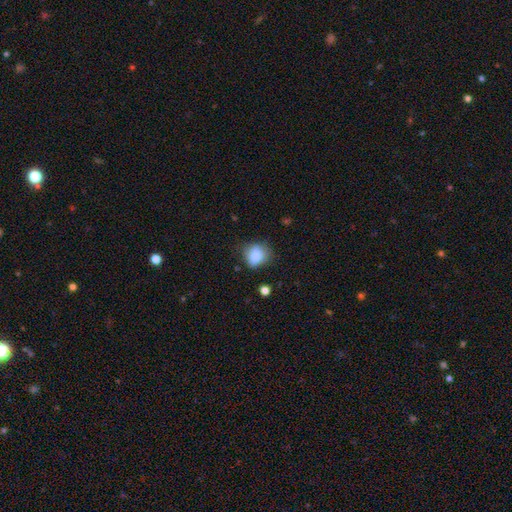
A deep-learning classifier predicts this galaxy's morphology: This appears to be a smooth galaxy with no disk features (81%) that is round (63%). Merging: none (63%).